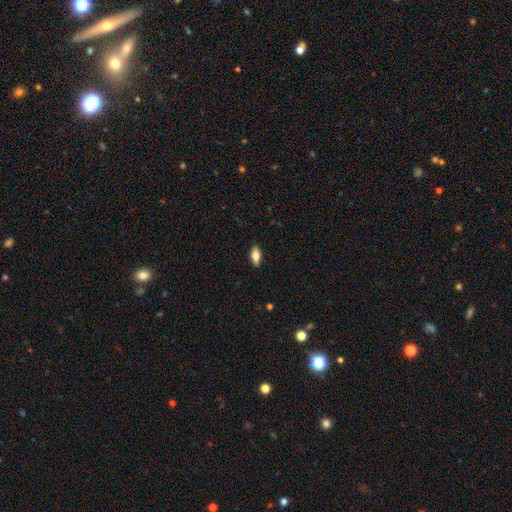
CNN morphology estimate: Smooth or featured? Predicted: smooth (p=0.80). How rounded? Predicted: in between (p=0.86). Merging? Predicted: none (p=0.89).